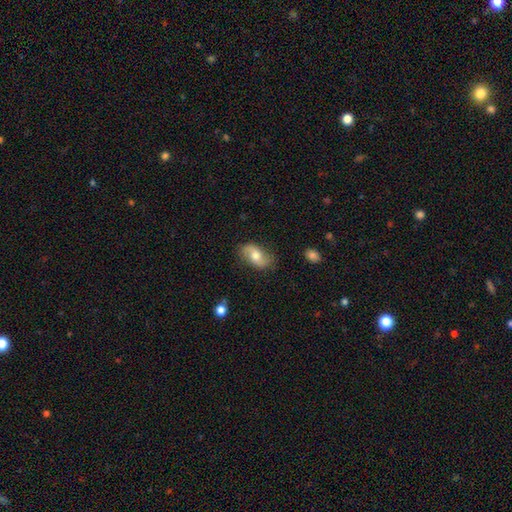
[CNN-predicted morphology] type=smooth (47%); merging=none (76%).